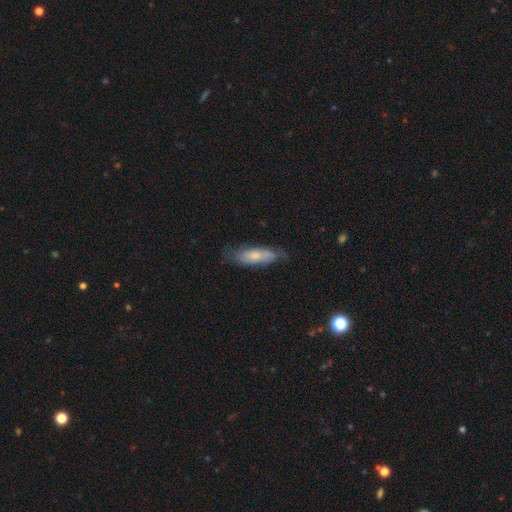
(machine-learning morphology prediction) type=smooth (59%); roundness=in between (54%); merging=none (66%).